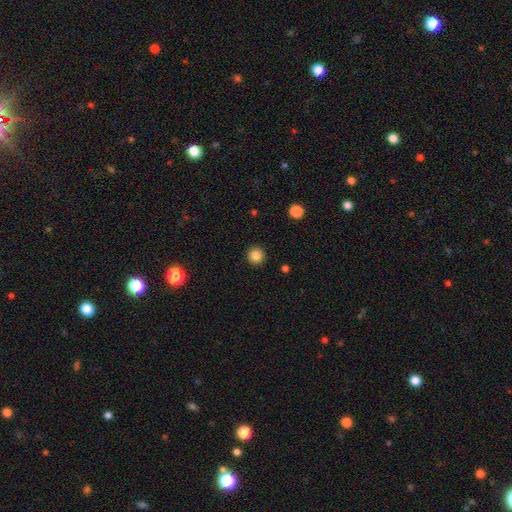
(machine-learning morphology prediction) This appears to be a smooth galaxy with no disk features (84%) that is round (94%). Merging: none (92%).